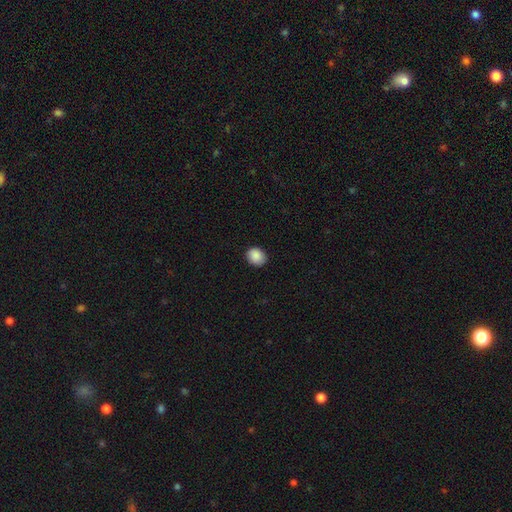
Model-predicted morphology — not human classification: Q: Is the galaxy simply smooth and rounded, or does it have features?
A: smooth — 89%.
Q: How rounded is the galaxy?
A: round — 61%.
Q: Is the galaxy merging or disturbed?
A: none — 86%.